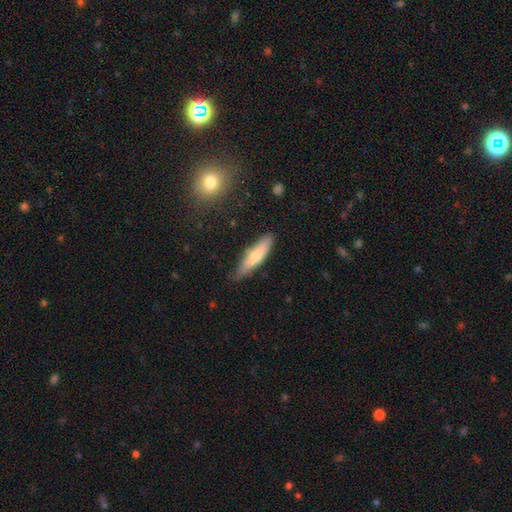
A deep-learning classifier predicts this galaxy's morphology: A smooth galaxy with no disk features (63%) that is cigar-shaped (73%).

Vote fractions:
- Smooth or featured? smooth: 63% / featured or disk: 31% / star or artifact: 6%
- How rounded? cigar-shaped: 73% / in between: 25% / round: 2%
- Merging? none: 74% / minor disturbance: 21% / major disturbance: 3% / merger: 2%